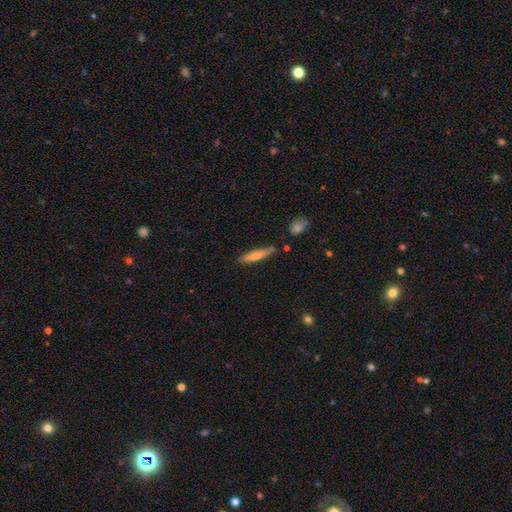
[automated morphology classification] This is likely a smooth galaxy (66%). How rounded: clearly cigar-shaped (87%). Merging: likely none (71%).